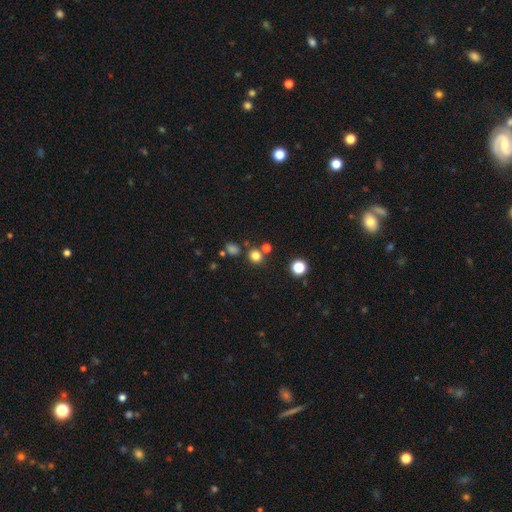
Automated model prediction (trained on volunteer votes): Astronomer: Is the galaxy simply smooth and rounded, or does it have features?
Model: smooth — 76%.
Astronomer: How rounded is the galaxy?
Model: round — 87%.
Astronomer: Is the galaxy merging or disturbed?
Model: none — 77%.